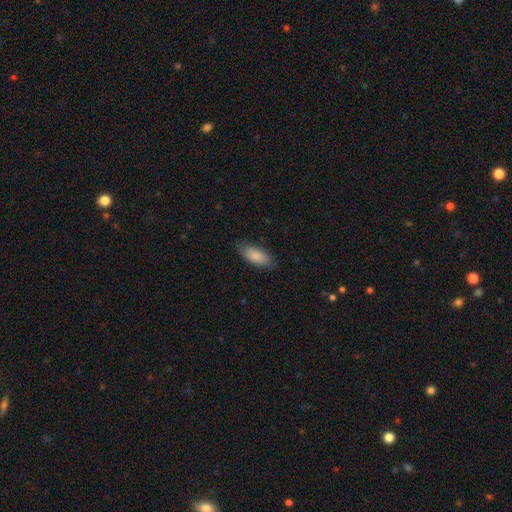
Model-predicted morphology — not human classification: smooth_or_featured: smooth (p=0.86) [alt: featured or disk p=0.08]
how_rounded: in between (p=0.82) [alt: cigar-shaped p=0.16]
merging: none (p=0.82) [alt: minor disturbance p=0.14]